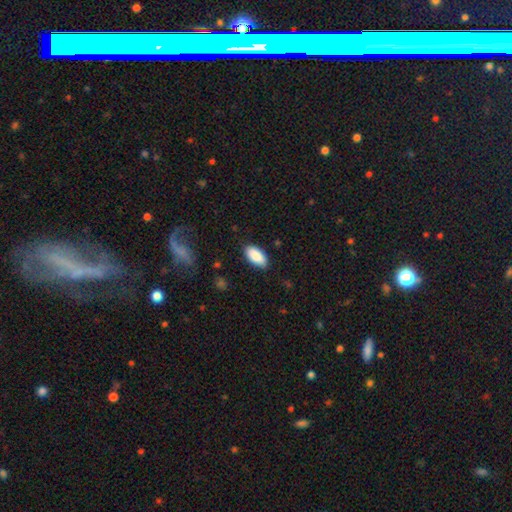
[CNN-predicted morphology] Q: Smooth or featured?
A: smooth (89%); runner-up: star or artifact (6%)
Q: How rounded?
A: in between (93%); runner-up: cigar-shaped (4%)
Q: Merging?
A: none (83%); runner-up: minor disturbance (14%)